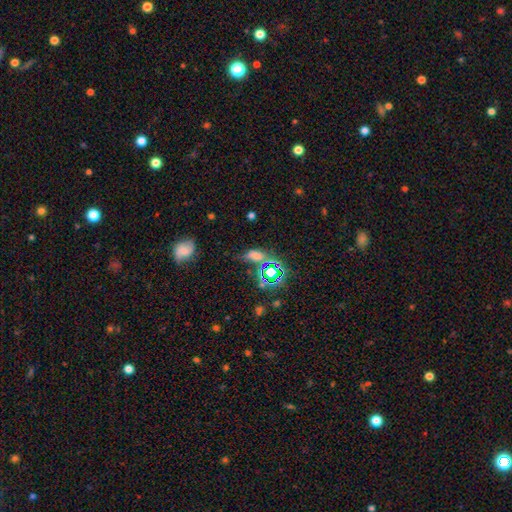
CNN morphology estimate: This is possibly a smooth galaxy (51%). How rounded: likely in between (76%). Merging: possibly none (48%).